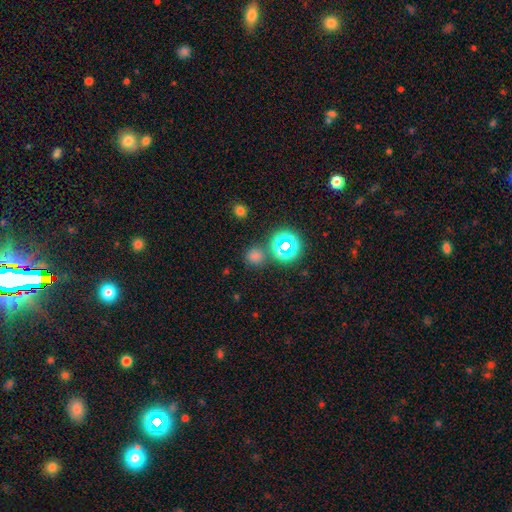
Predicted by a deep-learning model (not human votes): Smooth or featured: smooth — 64% (star or artifact — 31%)
How rounded: round — 87% (in between — 12%)
Merging: none — 80% (minor disturbance — 10%)